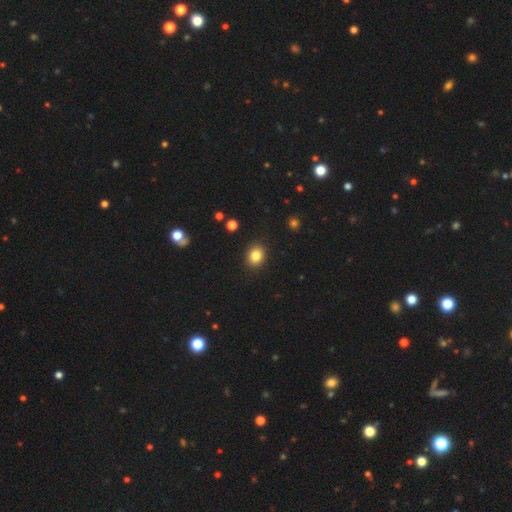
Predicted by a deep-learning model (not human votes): Smooth or featured? smooth (84%)
How rounded? round (57%)
Merging? none (90%)